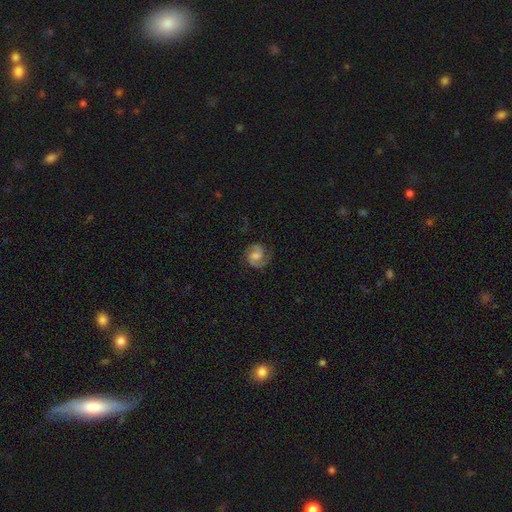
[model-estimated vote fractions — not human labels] featured or disk 85%, smooth 9%, star or artifact 5%. Down the decision tree: edge-on disk — no (98%); bar — weak (47%); spiral arms — yes (98%); spiral arm count — 2 (92%); spiral winding — medium (55%); bulge size — moderate (47%); merging — none (81%).